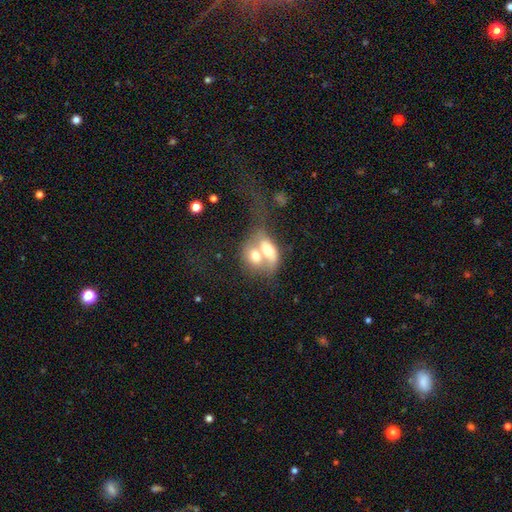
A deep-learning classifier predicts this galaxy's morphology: Smooth or featured? smooth (59%)
How rounded? in between (66%)
Merging? merger (76%)